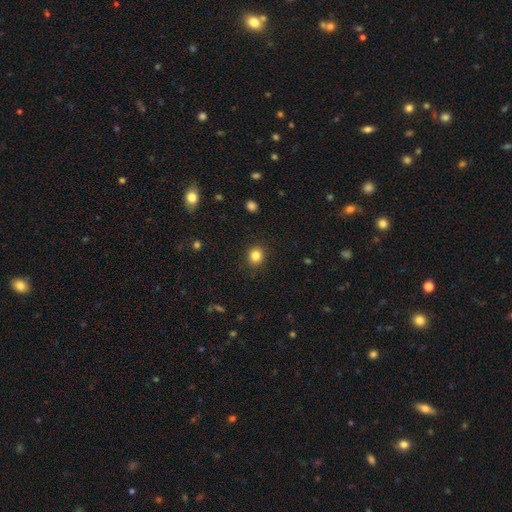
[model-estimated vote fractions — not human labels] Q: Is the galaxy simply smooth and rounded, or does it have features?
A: smooth — 83%.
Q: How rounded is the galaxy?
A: round — 82%.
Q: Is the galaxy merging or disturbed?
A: none — 90%.